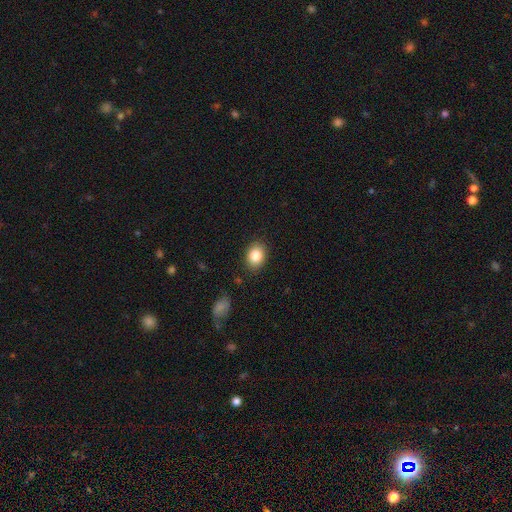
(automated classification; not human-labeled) Smooth or featured? smooth (84%)
How rounded? in between (66%)
Merging? none (86%)